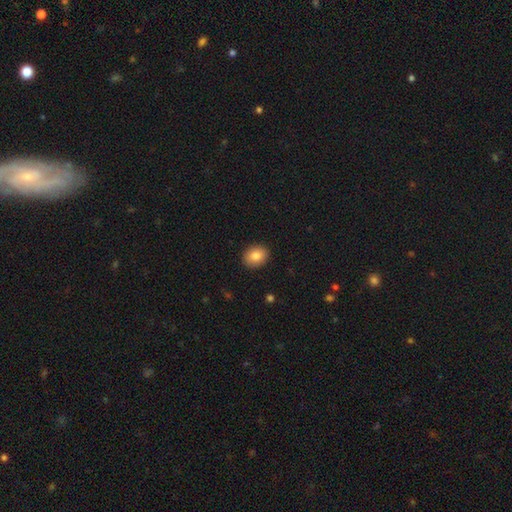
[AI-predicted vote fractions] A smooth galaxy with no disk features (84%) that is round (53%). Merging: none (90%).